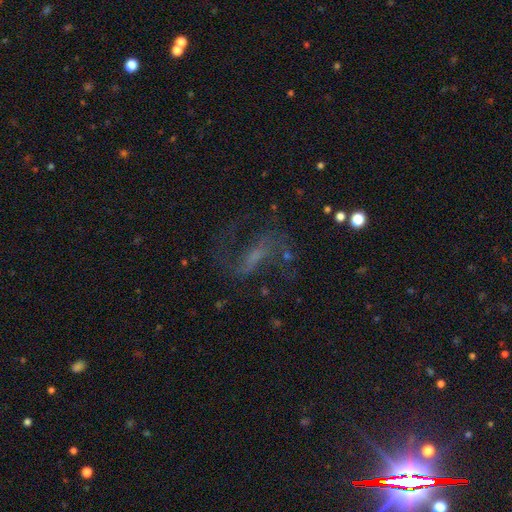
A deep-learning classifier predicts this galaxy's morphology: This appears to be a featured or disk galaxy (68%) with a weak bar (42%), 2 (84%) loose (56%) spiral arms (84%) and a small central bulge (37%, tied with none). Merging: none (61%).